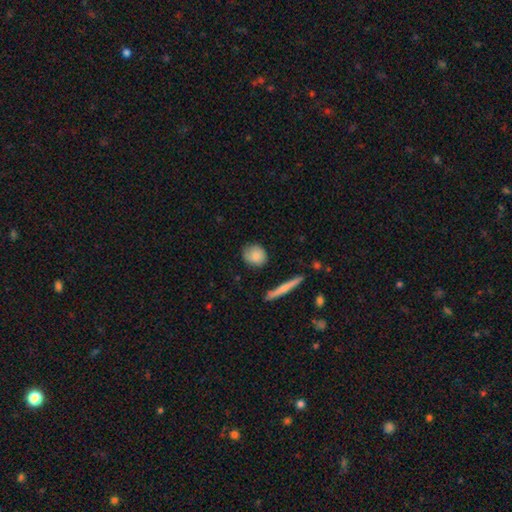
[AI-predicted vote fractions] The model was most divided on "how rounded": round: 73%, in between: 24%, cigar-shaped: 4%. More confident: smooth or featured — smooth (81%); merging — none (75%).